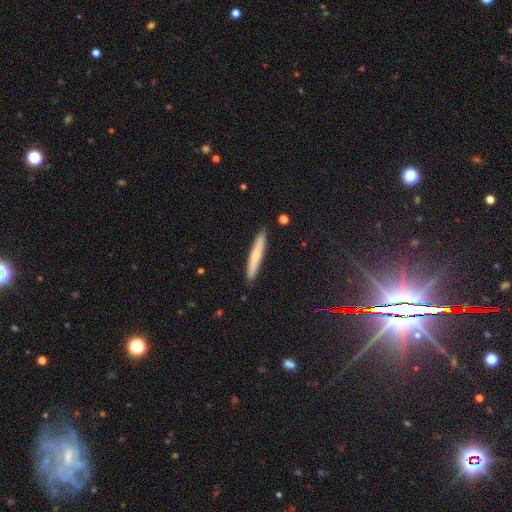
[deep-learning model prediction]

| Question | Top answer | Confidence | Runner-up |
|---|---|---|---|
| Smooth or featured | smooth | 62% | featured or disk (32%) |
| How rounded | cigar-shaped | 94% | in between (4%) |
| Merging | none | 91% | minor disturbance (7%) |